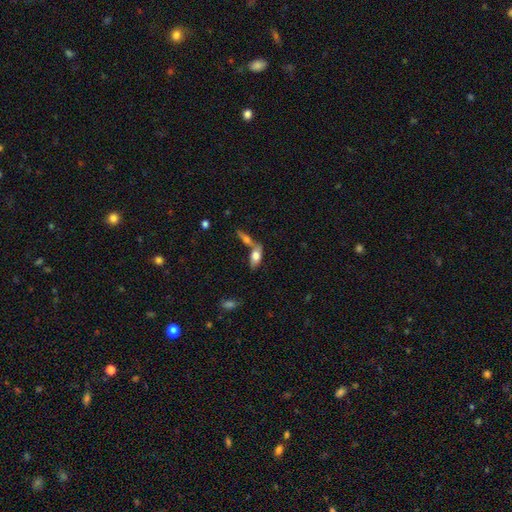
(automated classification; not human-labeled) Morphology: type=smooth (66%); roundness=in between (81%); merging=merger (42%, tied with none).